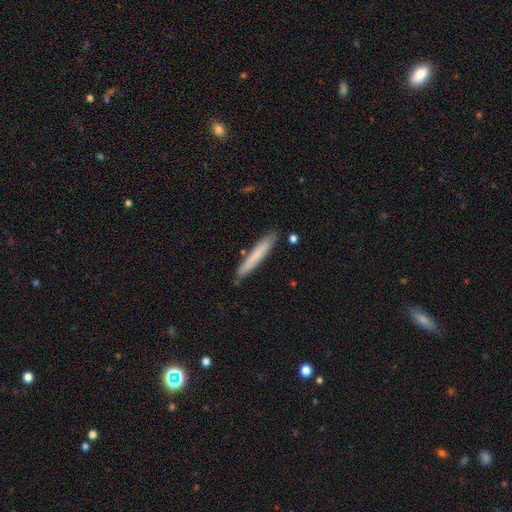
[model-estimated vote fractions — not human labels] Overall: smooth (71%). How rounded: cigar-shaped (95%). Merging: none (85%).